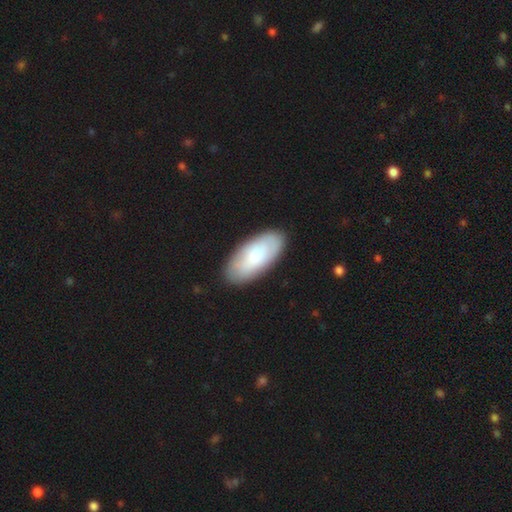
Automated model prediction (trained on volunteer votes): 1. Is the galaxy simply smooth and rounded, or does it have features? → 74% smooth, 20% featured or disk, 6% star or artifact.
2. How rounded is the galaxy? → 91% in between, 6% cigar-shaped, 2% round.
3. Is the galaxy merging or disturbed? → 87% none, 10% minor disturbance, 2% major disturbance, 1% merger.